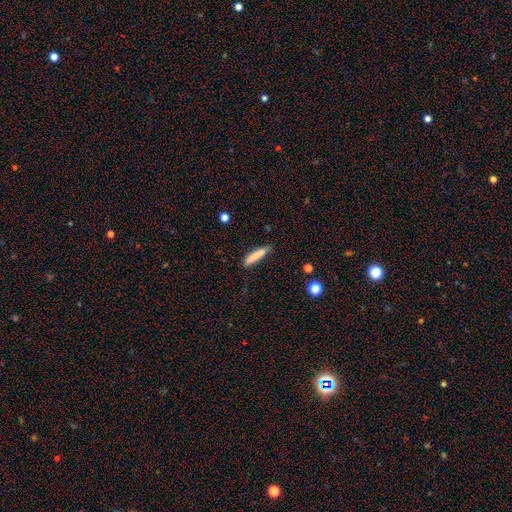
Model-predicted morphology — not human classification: A smooth galaxy with no disk features (82%) that is cigar-shaped (87%).

Vote fractions:
- Smooth or featured? smooth: 82% / featured or disk: 11% / star or artifact: 7%
- How rounded? cigar-shaped: 87% / in between: 11% / round: 1%
- Merging? none: 81% / minor disturbance: 14% / major disturbance: 3% / merger: 2%